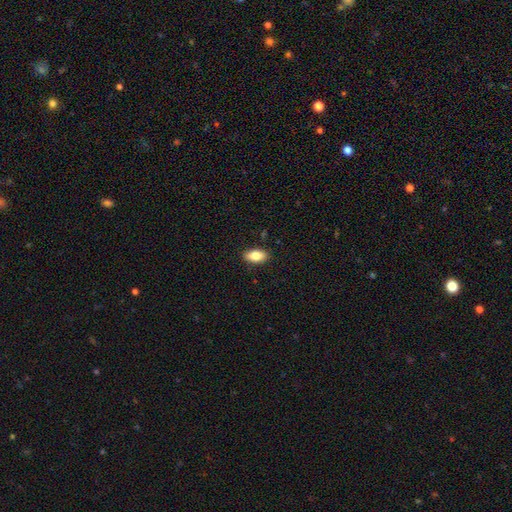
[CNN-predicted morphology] The model was most divided on "smooth or featured": smooth: 81%, featured or disk: 12%, star or artifact: 7%. More confident: how rounded — in between (91%); merging — none (89%).